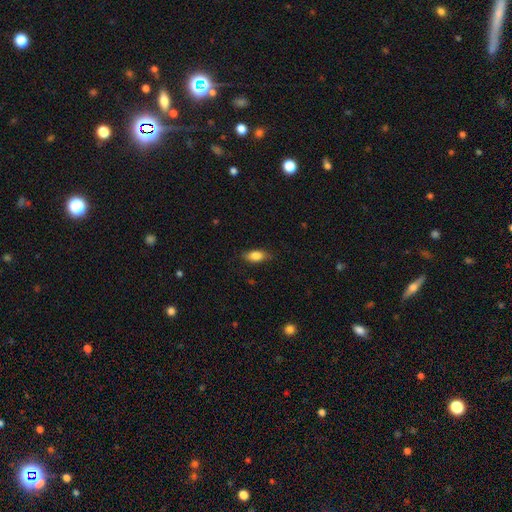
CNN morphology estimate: smooth 82%, featured or disk 10%, star or artifact 7%. Down the decision tree: how rounded — in between (84%); merging — none (80%).